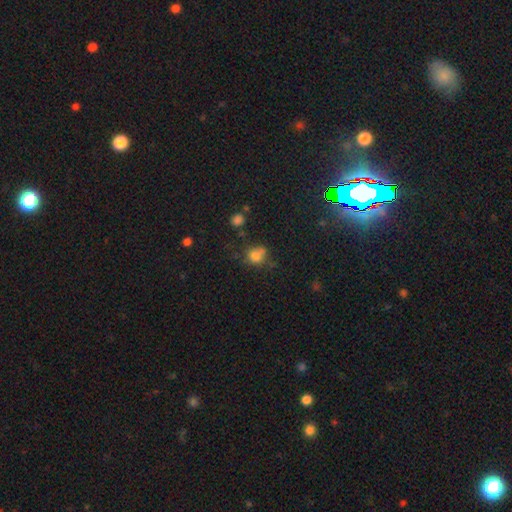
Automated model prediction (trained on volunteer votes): Smooth or featured? Predicted: smooth (p=0.77). How rounded? Predicted: round (p=0.79). Merging? Predicted: none (p=0.57).